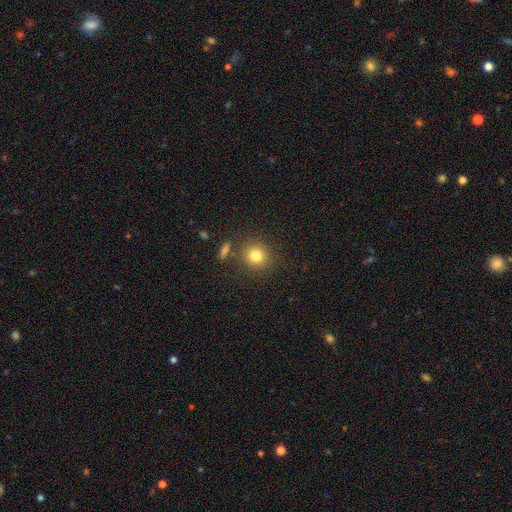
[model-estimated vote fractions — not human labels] smooth_or_featured: smooth (p=0.81) [alt: star or artifact p=0.12]
how_rounded: round (p=0.86) [alt: in between p=0.13]
merging: none (p=0.82) [alt: minor disturbance p=0.09]